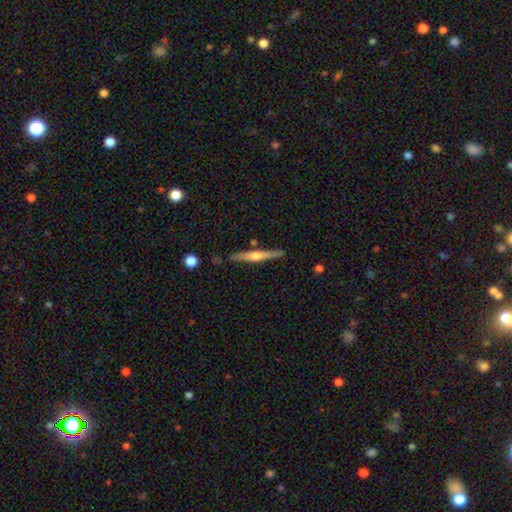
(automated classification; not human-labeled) Smooth or featured? Predicted: featured or disk (p=0.65). Edge-on disk? Predicted: yes (p=0.97). Edge-on bulge? Predicted: rounded (p=0.81). Merging? Predicted: none (p=0.83).